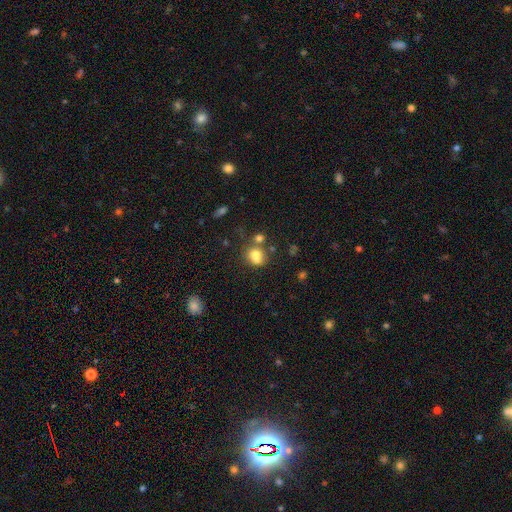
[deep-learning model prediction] A smooth galaxy with no disk features (71%) that is round (64%).

Vote fractions:
- Smooth or featured? smooth: 71% / featured or disk: 16% / star or artifact: 13%
- How rounded? round: 64% / in between: 35% / cigar-shaped: 1%
- Merging? merger: 44% / none: 38% / minor disturbance: 12% / major disturbance: 6%